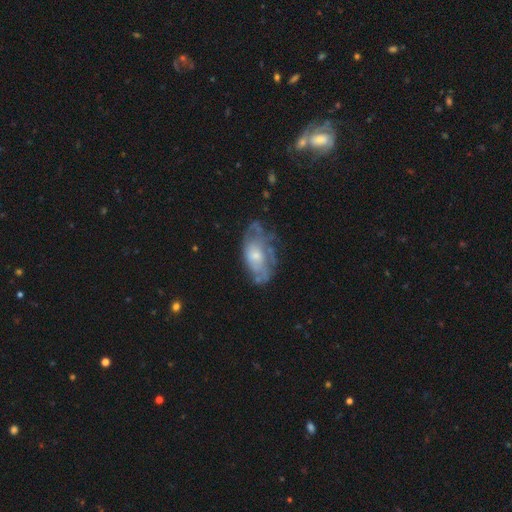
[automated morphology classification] Smooth or featured? Predicted: featured or disk (p=0.64). Edge-on disk? Predicted: no (p=0.93). Bar? Predicted: no (p=0.80). Spiral arms? Predicted: yes (p=0.58). Bulge size? Predicted: small (p=0.50). Merging? Predicted: none (p=0.53).